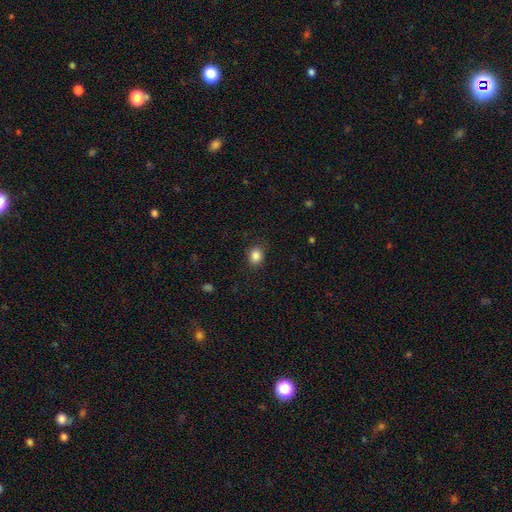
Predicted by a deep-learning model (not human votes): This is clearly a smooth galaxy (86%). How rounded: likely round (67%). Merging: clearly none (86%).